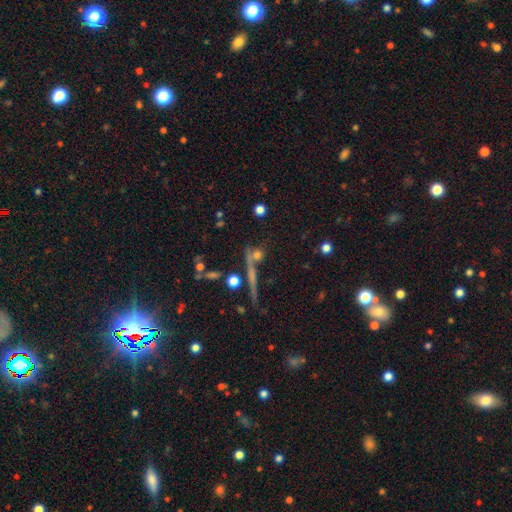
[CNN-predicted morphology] The model was most divided on "smooth or featured": smooth: 40%, featured or disk: 32%, star or artifact: 27%. More confident: merging — none (69%).